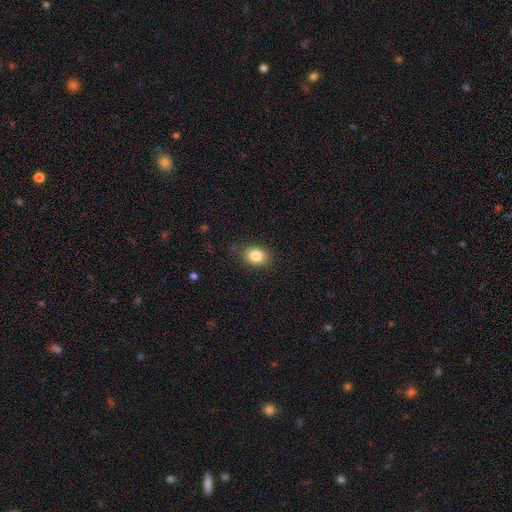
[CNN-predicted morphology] A smooth galaxy with no disk features (85%) that is in between round and cigar-shaped (67%).

Vote fractions:
- Smooth or featured? smooth: 85% / star or artifact: 9% / featured or disk: 6%
- How rounded? in between: 67% / round: 31% / cigar-shaped: 1%
- Merging? none: 82% / minor disturbance: 14% / major disturbance: 4% / merger: 1%